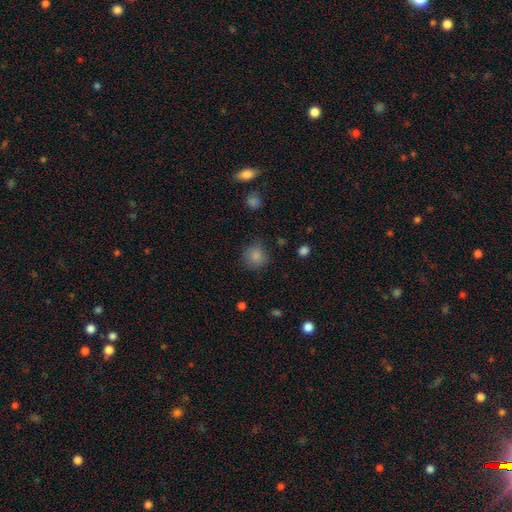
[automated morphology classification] Smooth or featured?
  - smooth: 84% *
  - star or artifact: 11%
  - featured or disk: 5%
How rounded?
  - round: 88% *
  - in between: 11%
  - cigar-shaped: 1%
Merging?
  - none: 76% *
  - minor disturbance: 17%
  - major disturbance: 5%
  - merger: 2%